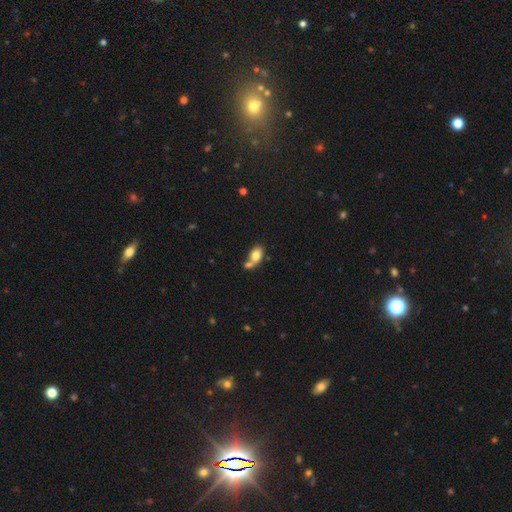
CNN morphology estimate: The model was most divided on "merging": merger: 52%, none: 32%, minor disturbance: 11%, major disturbance: 5%. More confident: how rounded — in between (80%); smooth or featured — smooth (79%).